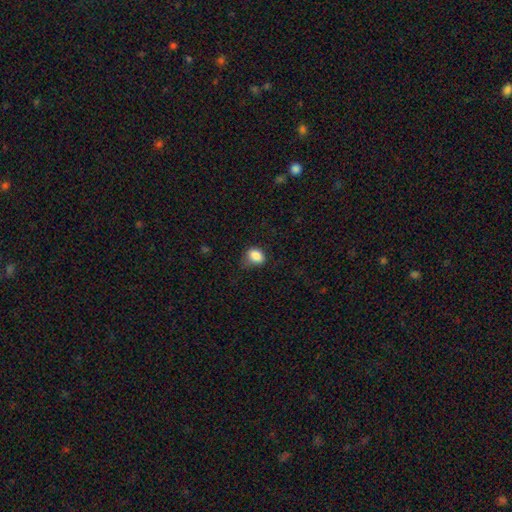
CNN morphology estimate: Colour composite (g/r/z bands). It shows a smooth galaxy with no disk features (85%) that is in between round and cigar-shaped (61%). Merging: none (57%).